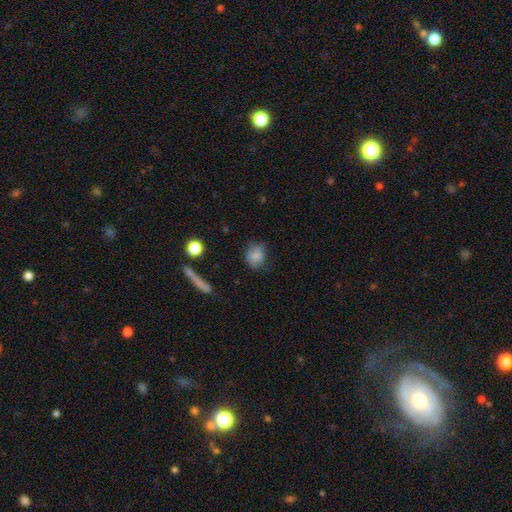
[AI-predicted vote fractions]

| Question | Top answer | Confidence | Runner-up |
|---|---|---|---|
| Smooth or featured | smooth | 78% | featured or disk (13%) |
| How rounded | round | 53% | in between (45%) |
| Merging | none | 67% | minor disturbance (23%) |